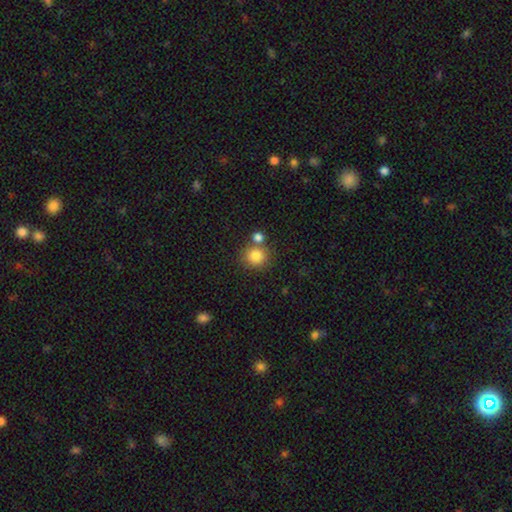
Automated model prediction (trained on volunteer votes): Smooth or featured? smooth (83%)
How rounded? round (88%)
Merging? none (65%)